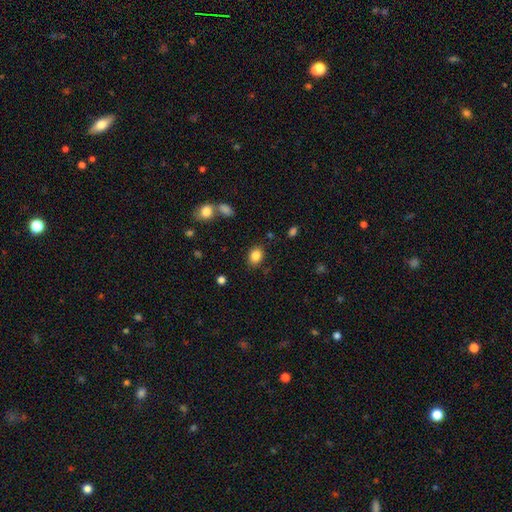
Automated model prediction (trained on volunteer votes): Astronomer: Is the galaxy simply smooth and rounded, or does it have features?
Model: smooth — 85%.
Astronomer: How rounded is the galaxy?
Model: in between — 60% (runner-up: round, 38%).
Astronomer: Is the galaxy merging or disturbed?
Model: none — 84%.